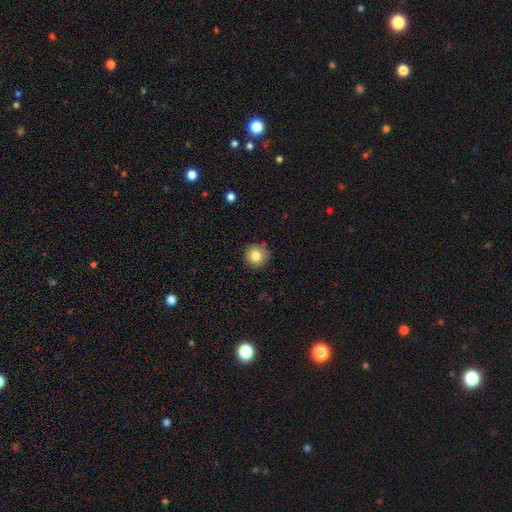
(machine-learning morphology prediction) smooth-or-featured: smooth: 80% | featured or disk: 10% | star or artifact: 10%
  how-rounded: round: 93% | in between: 6% | cigar-shaped: 1%
  merging: none: 86% | minor disturbance: 10% | major disturbance: 2% | merger: 1%